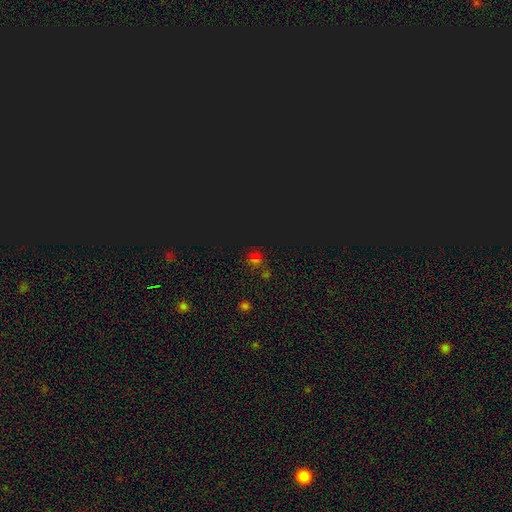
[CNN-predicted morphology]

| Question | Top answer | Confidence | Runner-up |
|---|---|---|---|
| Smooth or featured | star or artifact | 65% | smooth (27%) |